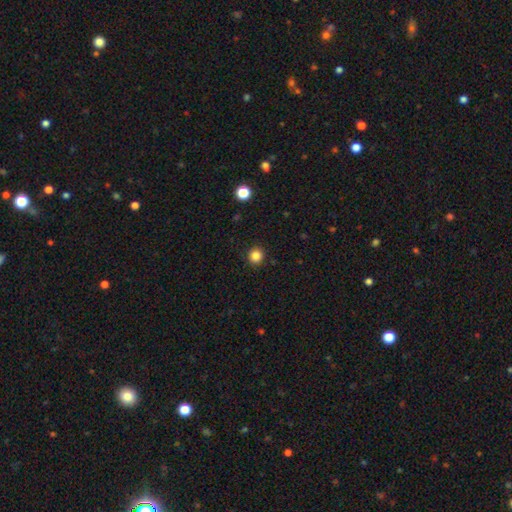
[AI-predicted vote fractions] Smooth or featured? smooth (85%)
How rounded? round (91%)
Merging? none (91%)